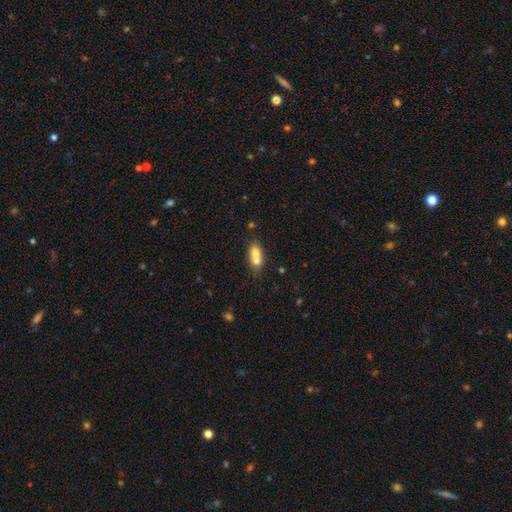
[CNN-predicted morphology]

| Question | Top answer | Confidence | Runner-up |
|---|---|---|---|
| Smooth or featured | smooth | 68% | featured or disk (22%) |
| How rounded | in between | 68% | round (25%) |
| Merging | merger | 63% | none (26%) |